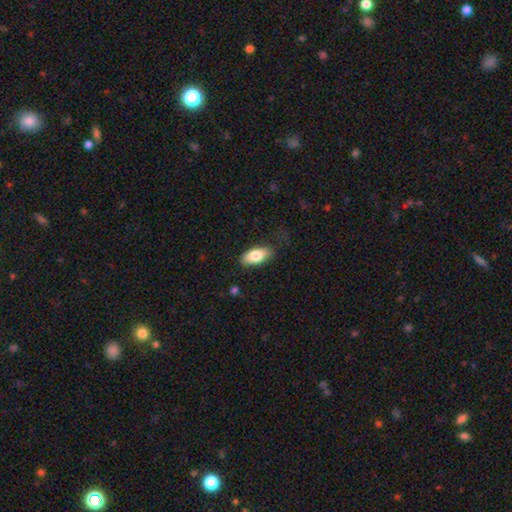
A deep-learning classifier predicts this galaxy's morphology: smooth 78%, featured or disk 15%, star or artifact 6%. Down the decision tree: how rounded — in between (89%); merging — none (79%).